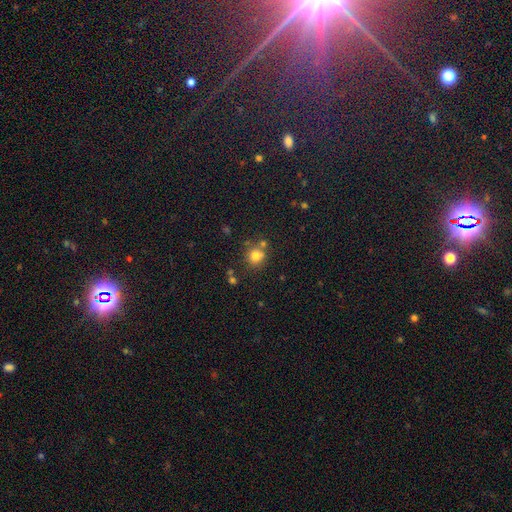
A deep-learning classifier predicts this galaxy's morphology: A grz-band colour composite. It shows a smooth galaxy with no disk features (77%) that is round (85%). Merging: none (65%).